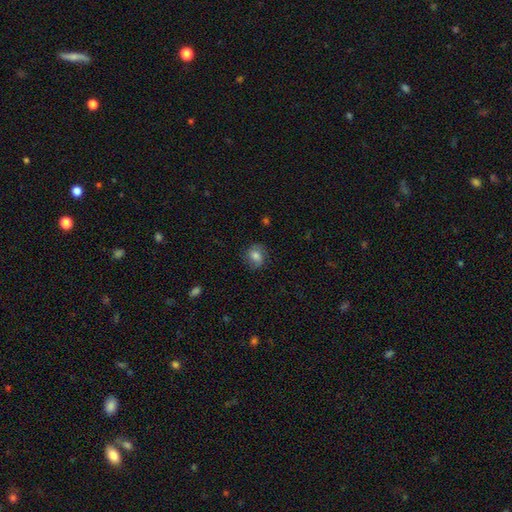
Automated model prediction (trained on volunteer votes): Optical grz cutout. It shows a smooth galaxy with no disk features (69%) that is round (68%). Merging: none (77%).